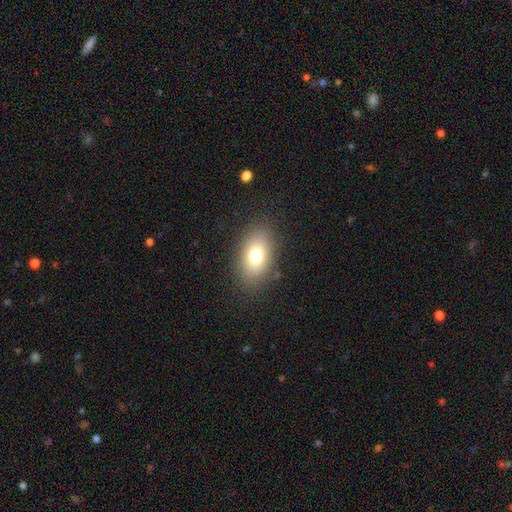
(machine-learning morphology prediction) A smooth galaxy with no disk features (75%) that is in between round and cigar-shaped (85%). Merging: none (85%).